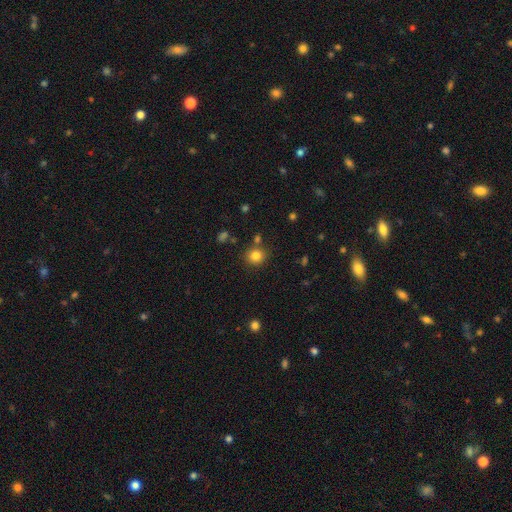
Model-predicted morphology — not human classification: Q: Smooth or featured?
A: smooth (82%); runner-up: star or artifact (12%)
Q: How rounded?
A: round (87%); runner-up: in between (12%)
Q: Merging?
A: none (81%); runner-up: minor disturbance (9%)